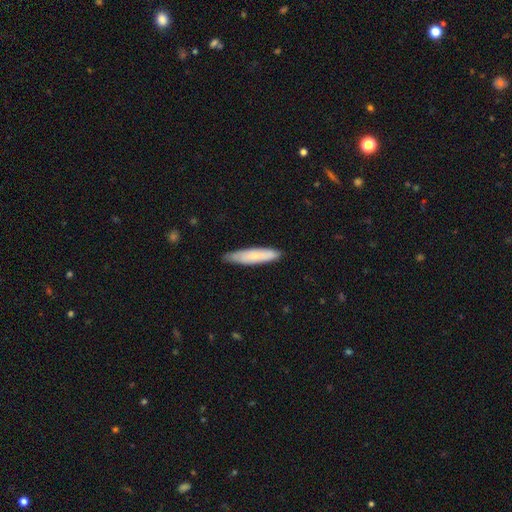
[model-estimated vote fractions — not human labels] smooth_or_featured: smooth (p=0.67) [alt: featured or disk p=0.28]
how_rounded: cigar-shaped (p=0.80) [alt: in between p=0.19]
merging: none (p=0.80) [alt: minor disturbance p=0.17]